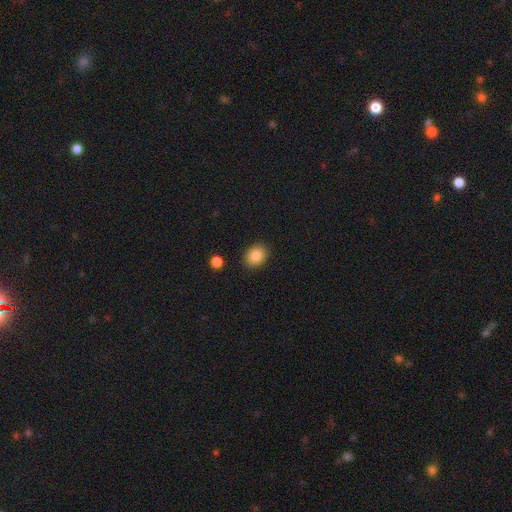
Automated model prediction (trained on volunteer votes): Morphology: type=smooth (85%); roundness=in between (56%); merging=none (89%).